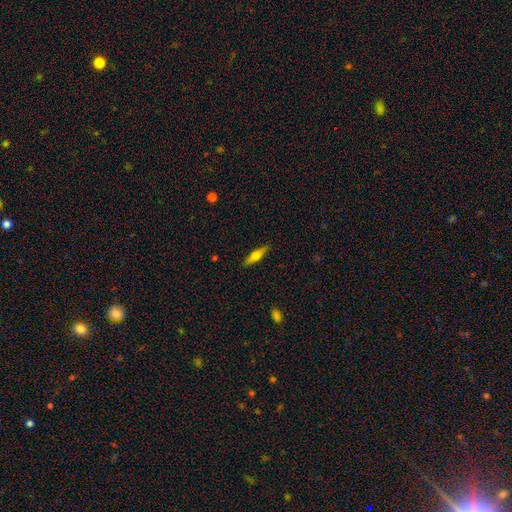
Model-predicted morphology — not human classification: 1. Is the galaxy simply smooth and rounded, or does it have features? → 48% smooth, 46% featured or disk, 7% star or artifact.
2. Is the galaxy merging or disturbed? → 89% none, 8% minor disturbance, 2% major disturbance, 1% merger.